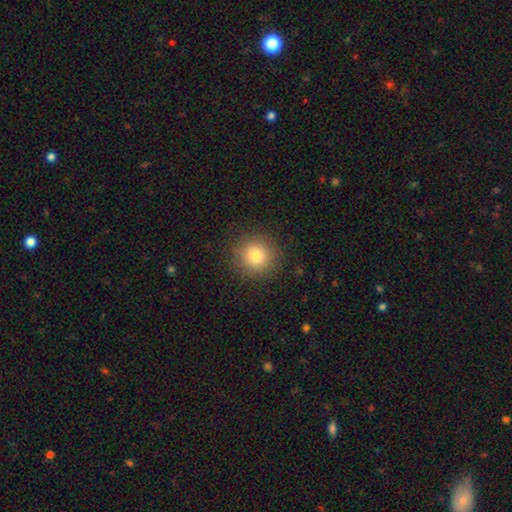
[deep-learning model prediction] smooth_or_featured: smooth (p=0.80) [alt: star or artifact p=0.12]
how_rounded: round (p=0.94) [alt: in between p=0.05]
merging: none (p=0.90) [alt: minor disturbance p=0.06]